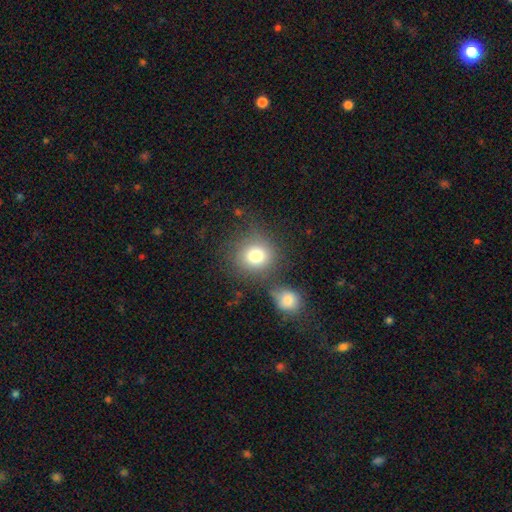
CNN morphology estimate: Smooth or featured? smooth (78%)
How rounded? round (86%)
Merging? none (65%)